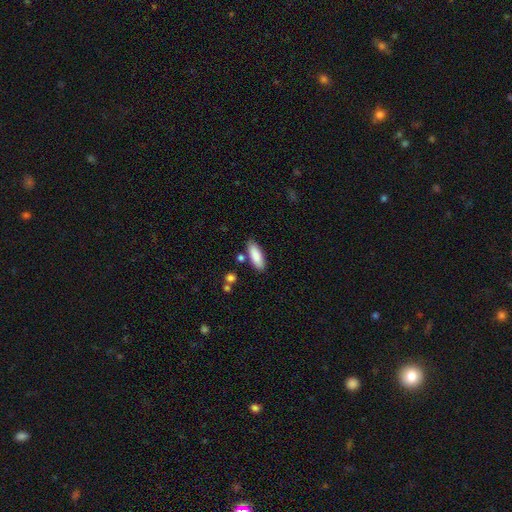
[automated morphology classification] Q: Smooth or featured?
A: smooth (87%); runner-up: featured or disk (7%)
Q: How rounded?
A: in between (71%); runner-up: cigar-shaped (27%)
Q: Merging?
A: none (81%); runner-up: minor disturbance (11%)